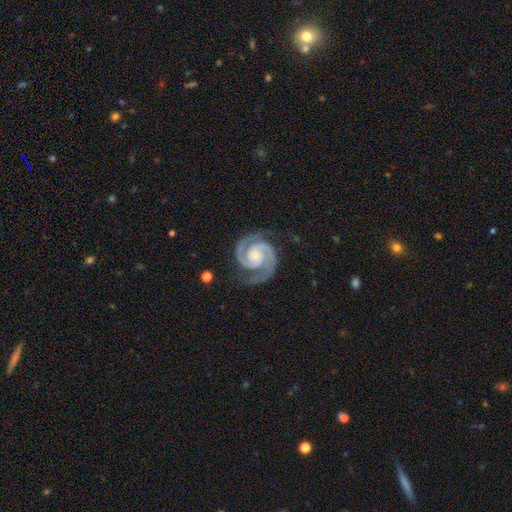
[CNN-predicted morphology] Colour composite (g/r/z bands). It shows a featured or disk galaxy (95%) with no bar (67%), 2 (94%) tight (59%) spiral arms (99%) and a small central bulge (60%). Merging: none (82%).